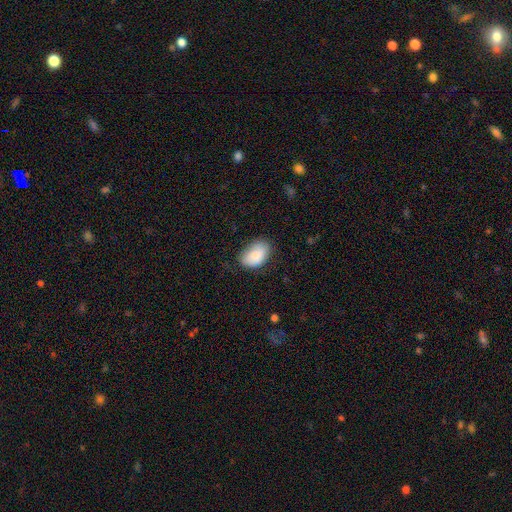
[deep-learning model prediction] Smooth or featured: smooth — 85% (featured or disk — 8%)
How rounded: in between — 90% (round — 9%)
Merging: none — 69% (minor disturbance — 24%)